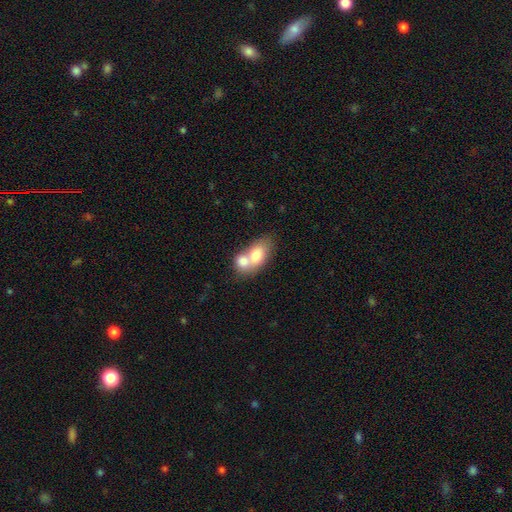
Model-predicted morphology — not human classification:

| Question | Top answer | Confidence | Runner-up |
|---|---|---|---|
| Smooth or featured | smooth | 72% | featured or disk (21%) |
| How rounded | in between | 79% | round (18%) |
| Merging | merger | 72% | none (18%) |